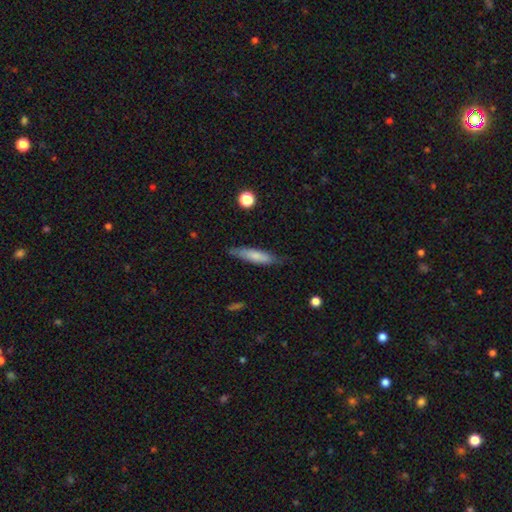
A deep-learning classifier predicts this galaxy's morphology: Overall: smooth (69%). How rounded: cigar-shaped (76%). Merging: none (76%).